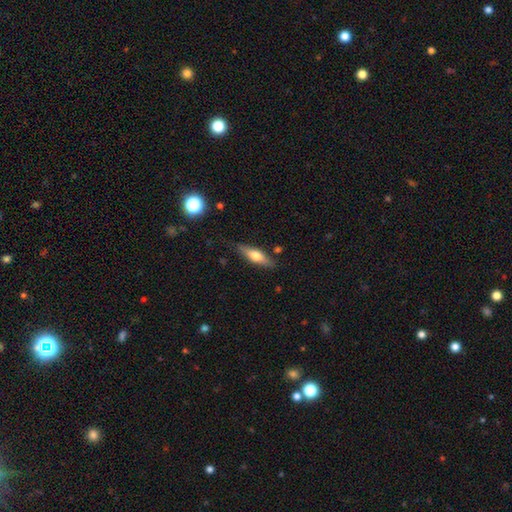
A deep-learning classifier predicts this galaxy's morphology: Q: Smooth or featured?
A: smooth (52%); runner-up: featured or disk (42%)
Q: How rounded?
A: cigar-shaped (59%); runner-up: in between (38%)
Q: Merging?
A: none (82%); runner-up: minor disturbance (13%)